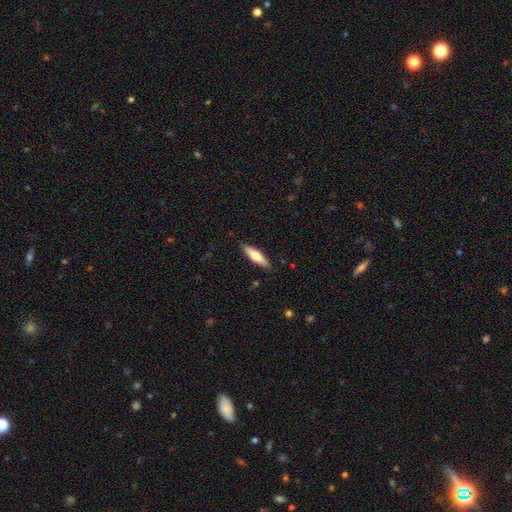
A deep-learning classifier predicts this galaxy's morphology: Smooth or featured? Predicted: smooth (p=0.62). How rounded? Predicted: cigar-shaped (p=0.57). Merging? Predicted: none (p=0.87).